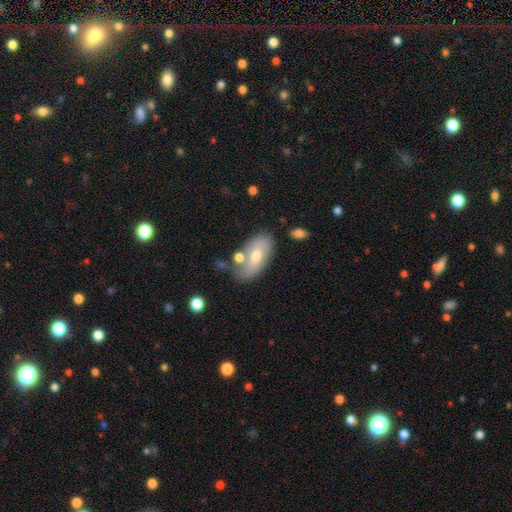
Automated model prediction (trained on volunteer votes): This appears to be a smooth galaxy with no disk features (53%) that is in between round and cigar-shaped (91%). Merging: none (57%).